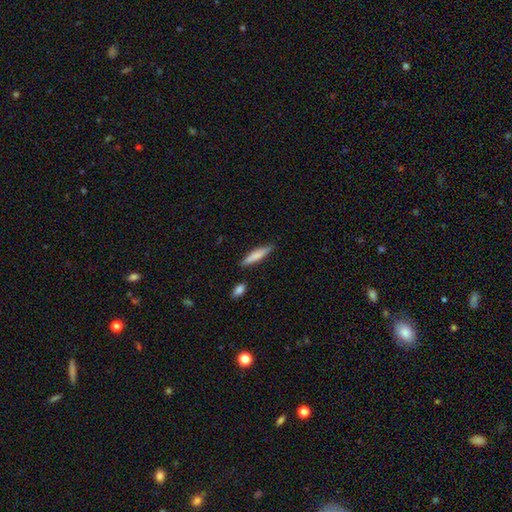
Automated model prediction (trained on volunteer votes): Smooth or featured? Predicted: smooth (p=0.74). How rounded? Predicted: cigar-shaped (p=0.85). Merging? Predicted: none (p=0.85).